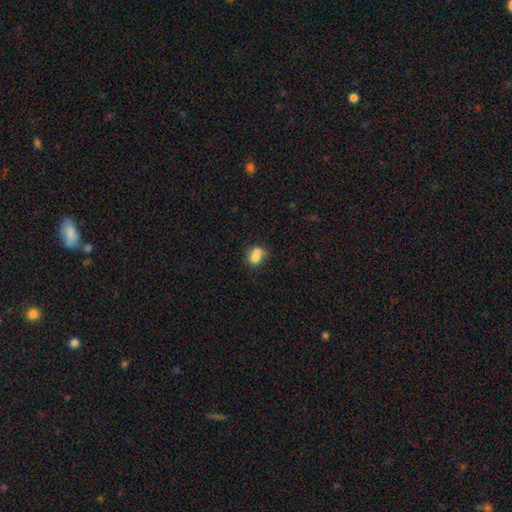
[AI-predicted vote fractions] Smooth or featured? Predicted: smooth (p=0.70). How rounded? Predicted: round (p=0.54). Merging? Predicted: merger (p=0.59).